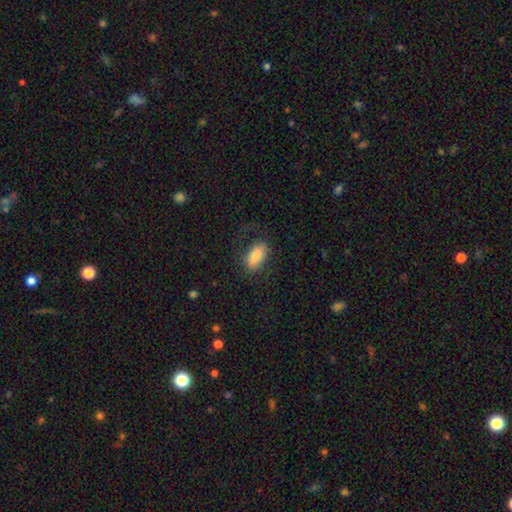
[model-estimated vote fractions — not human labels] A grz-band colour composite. It shows a smooth galaxy with no disk features (78%) that is in between round and cigar-shaped (89%). Merging: none (70%).